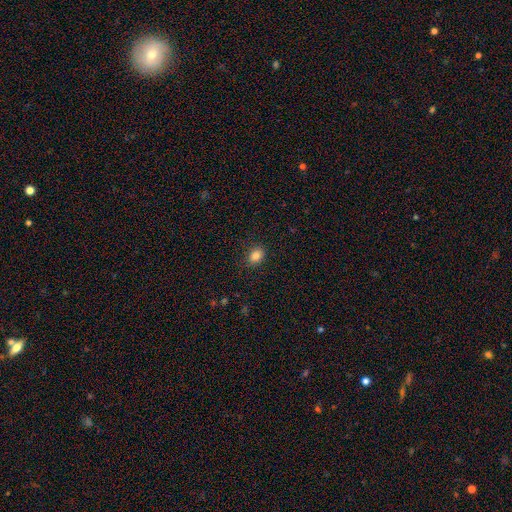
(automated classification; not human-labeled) Smooth or featured: smooth — 83% (star or artifact — 11%)
How rounded: in between — 52% (round — 47%)
Merging: none — 86% (minor disturbance — 11%)